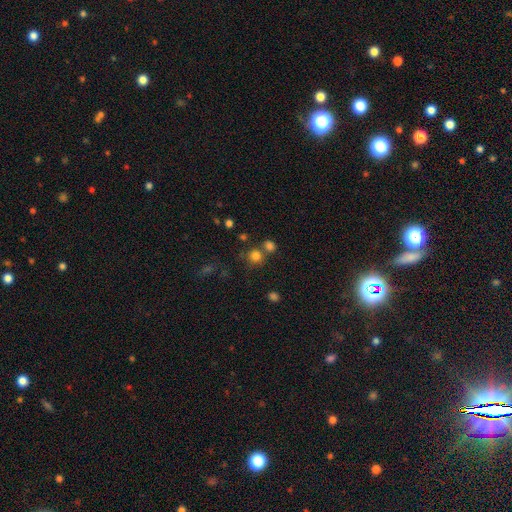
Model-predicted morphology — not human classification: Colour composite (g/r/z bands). It shows a smooth galaxy with no disk features (78%) that is round (88%). Merging: none (64%).